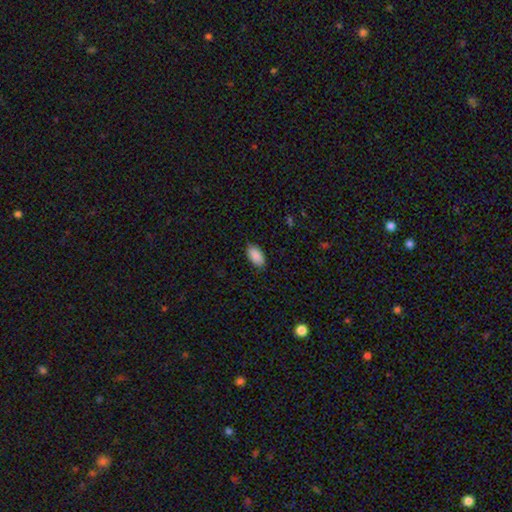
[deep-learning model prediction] A smooth galaxy with no disk features (90%) that is in between round and cigar-shaped (95%).

Vote fractions:
- Smooth or featured? smooth: 90% / star or artifact: 6% / featured or disk: 4%
- How rounded? in between: 95% / cigar-shaped: 3% / round: 3%
- Merging? none: 85% / minor disturbance: 12% / major disturbance: 2% / merger: 1%